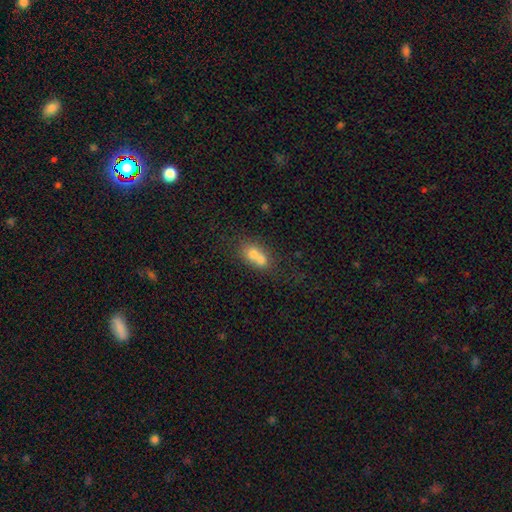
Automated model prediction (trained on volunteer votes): Smooth or featured: smooth — 67% (featured or disk — 21%)
How rounded: round — 51% (in between — 47%)
Merging: merger — 68% (none — 23%)